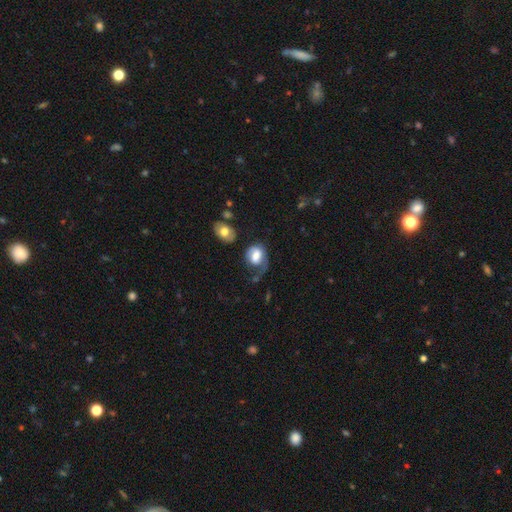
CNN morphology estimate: Smooth or featured: smooth — 56% (featured or disk — 35%)
How rounded: in between — 63% (round — 35%)
Merging: major disturbance — 44% (none — 28%)